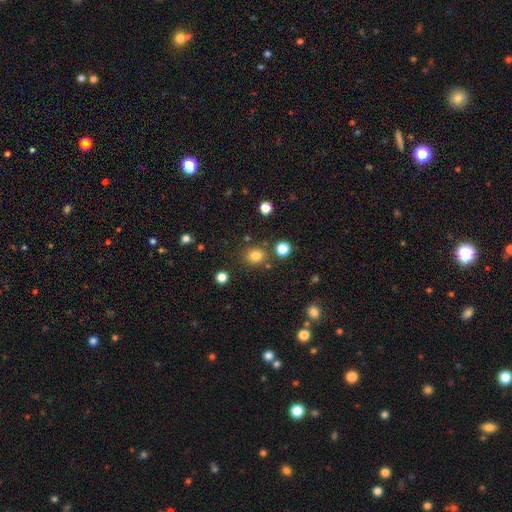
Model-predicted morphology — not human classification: The model was most divided on "how rounded": round: 70%, in between: 29%, cigar-shaped: 1%. More confident: smooth or featured — smooth (80%); merging — none (79%).